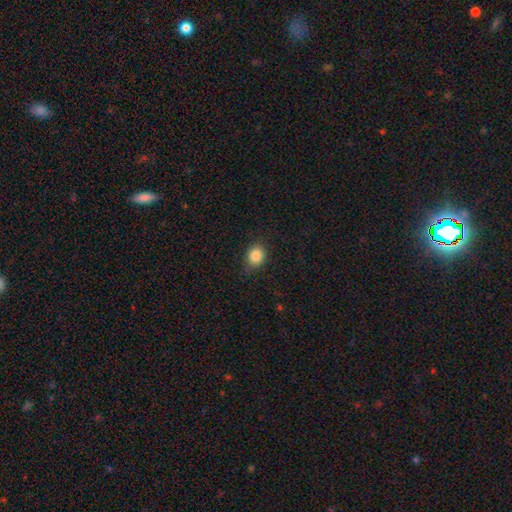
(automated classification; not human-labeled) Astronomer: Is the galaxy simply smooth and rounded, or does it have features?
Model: smooth — 86%.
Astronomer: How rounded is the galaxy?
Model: round — 57% (runner-up: in between, 42%).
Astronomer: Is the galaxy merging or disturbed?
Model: none — 80%.